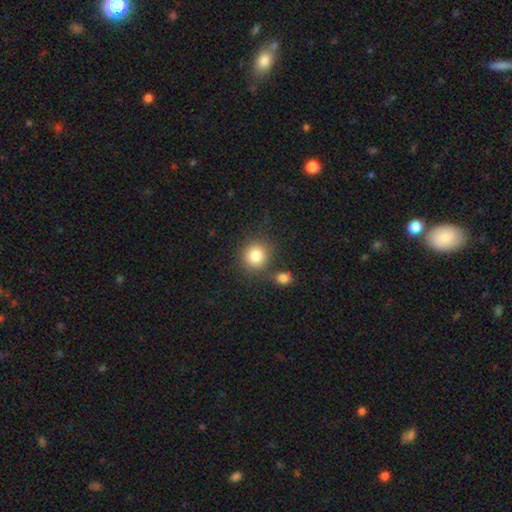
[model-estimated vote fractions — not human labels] This is clearly a smooth galaxy (84%). How rounded: clearly round (89%). Merging: likely none (71%).